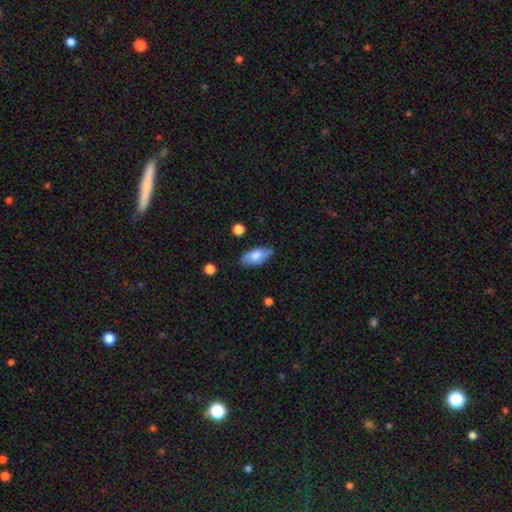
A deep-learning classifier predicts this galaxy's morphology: This is likely a smooth galaxy (76%). How rounded: clearly in between (86%). Merging: likely none (79%).